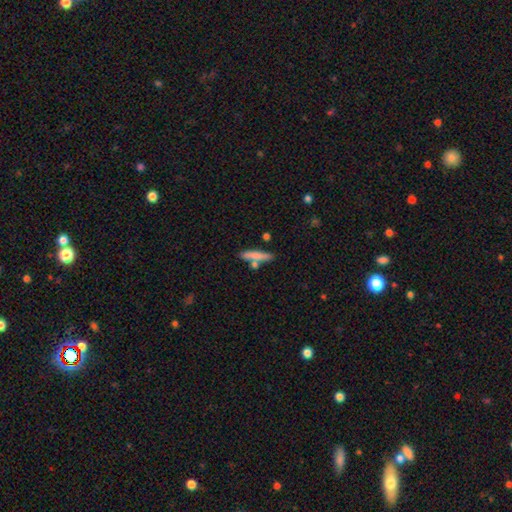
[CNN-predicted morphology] Overall: smooth (77%). How rounded: cigar-shaped (87%). Merging: none (73%).